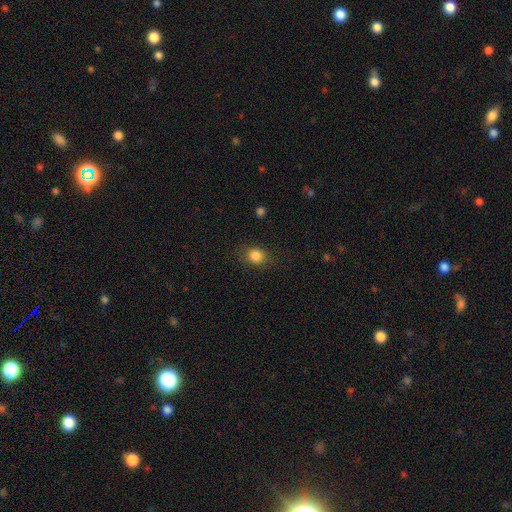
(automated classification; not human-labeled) Q: Smooth or featured?
A: smooth (84%); runner-up: star or artifact (11%)
Q: How rounded?
A: round (66%); runner-up: in between (33%)
Q: Merging?
A: none (81%); runner-up: minor disturbance (13%)